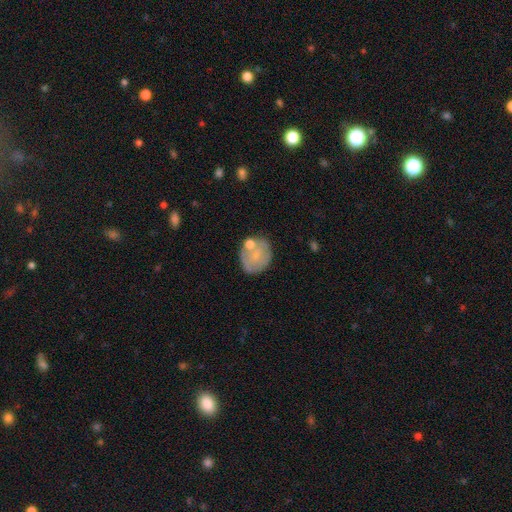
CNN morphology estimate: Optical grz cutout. It shows a smooth galaxy with no disk features (62%) that is round (56%). Merging: none (59%).